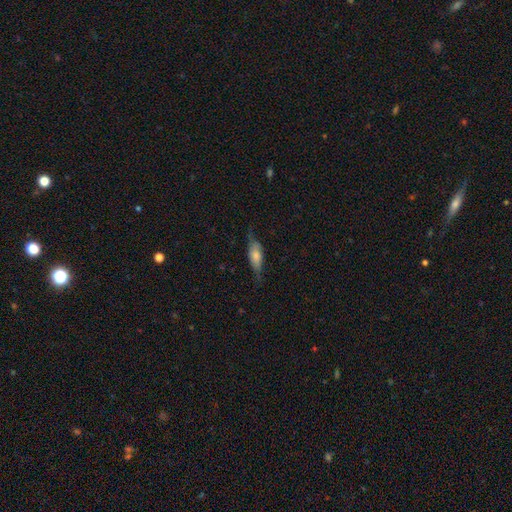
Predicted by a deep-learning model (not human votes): A smooth galaxy with no disk features (63%) that is in between round and cigar-shaped (68%). Merging: none (61%).